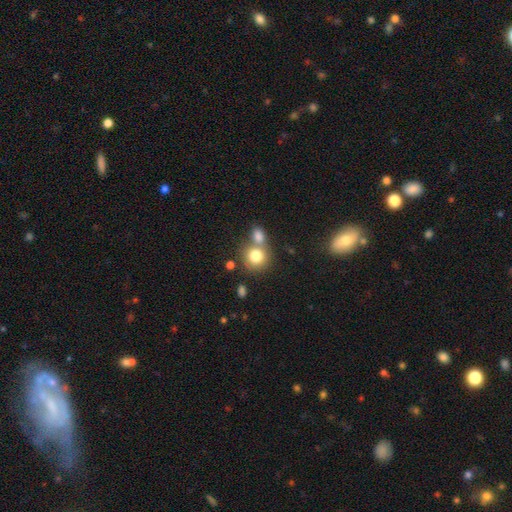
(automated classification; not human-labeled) This appears to be a smooth galaxy with no disk features (79%) that is round (84%). Merging: none (47%).